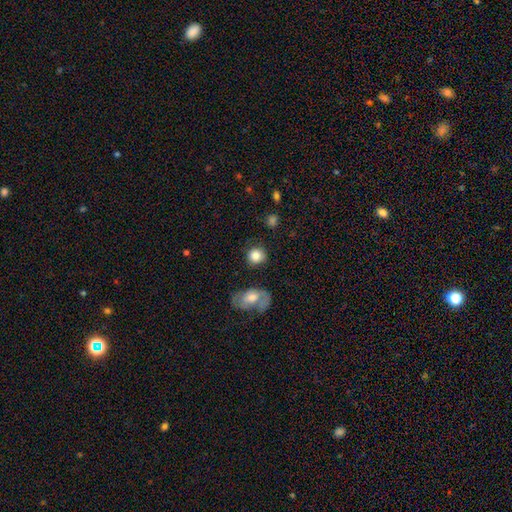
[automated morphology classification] Smooth or featured?
  - smooth: 83% *
  - featured or disk: 9%
  - star or artifact: 8%
How rounded?
  - round: 85% *
  - in between: 14%
  - cigar-shaped: 1%
Merging?
  - none: 79% *
  - minor disturbance: 12%
  - merger: 5%
  - major disturbance: 4%